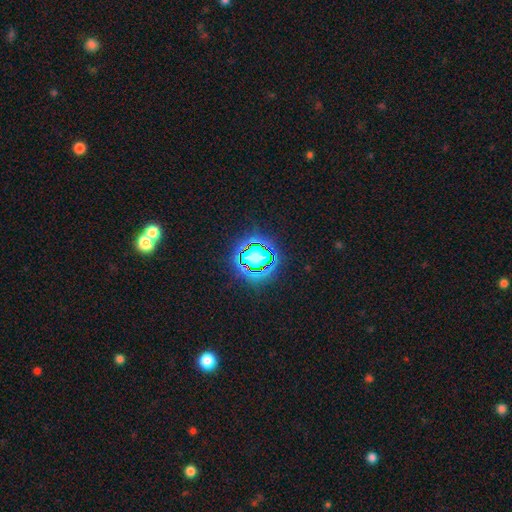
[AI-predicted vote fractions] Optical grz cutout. It shows a star or artifact, not a galaxy (79%).